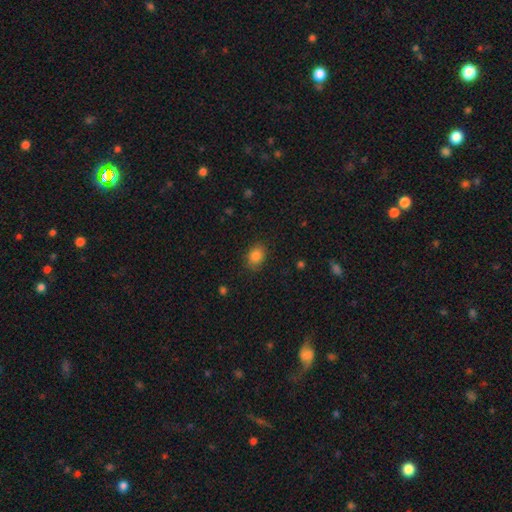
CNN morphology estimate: Overall: smooth (86%). How rounded: in between (64%; round 35%). Merging: none (84%).